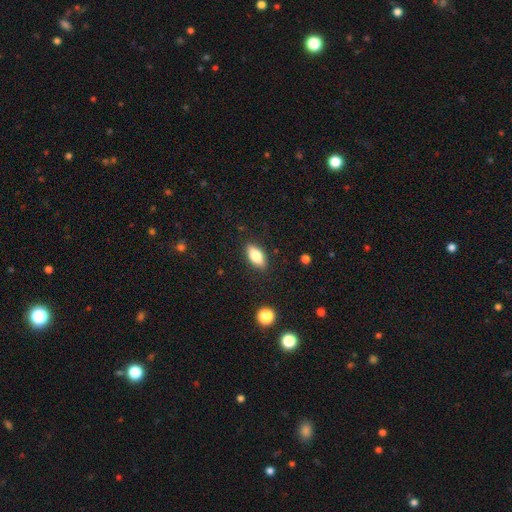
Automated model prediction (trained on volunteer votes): A smooth galaxy with no disk features (80%) that is in between round and cigar-shaped (87%).

Vote fractions:
- Smooth or featured? smooth: 80% / featured or disk: 13% / star or artifact: 7%
- How rounded? in between: 87% / cigar-shaped: 10% / round: 4%
- Merging? none: 88% / minor disturbance: 9% / major disturbance: 2% / merger: 1%